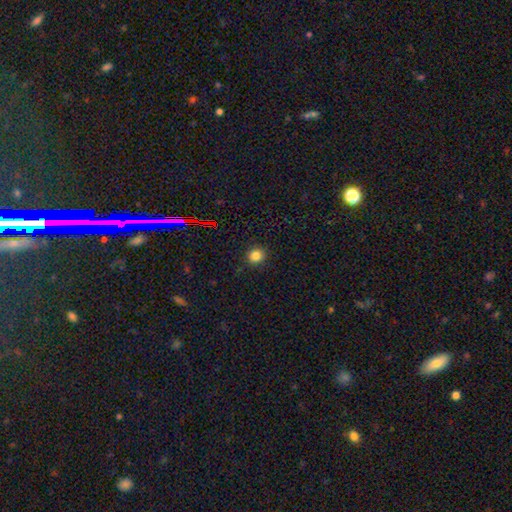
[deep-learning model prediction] Q: Smooth or featured?
A: smooth (81%); runner-up: star or artifact (14%)
Q: How rounded?
A: round (87%); runner-up: in between (12%)
Q: Merging?
A: none (90%); runner-up: minor disturbance (7%)